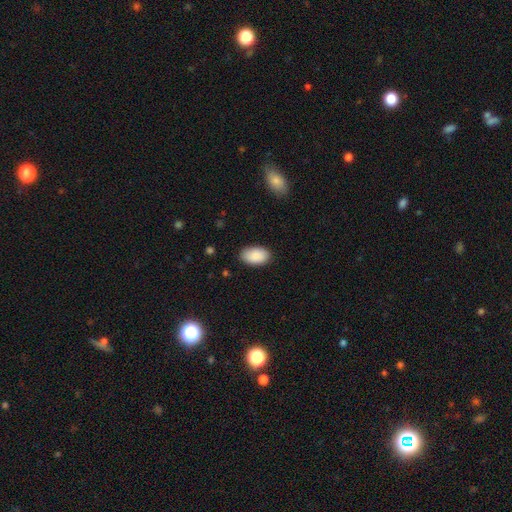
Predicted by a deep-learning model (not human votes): smooth-or-featured: smooth: 90% | star or artifact: 6% | featured or disk: 4%
  how-rounded: in between: 94% | round: 5% | cigar-shaped: 1%
  merging: none: 87% | minor disturbance: 10% | major disturbance: 2% | merger: 1%